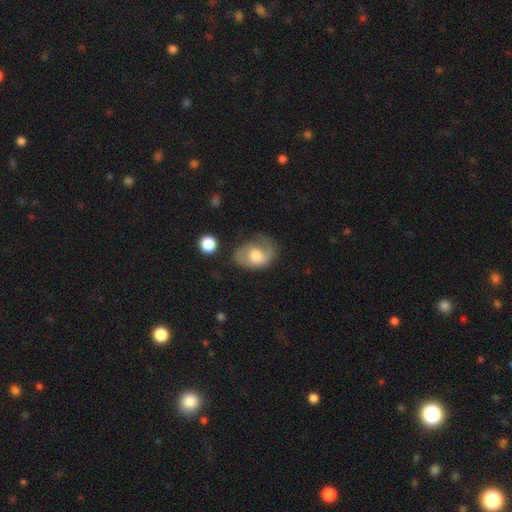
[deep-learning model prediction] Smooth or featured: featured or disk — 56% (smooth — 37%)
Edge-on disk: no — 96% (yes — 4%)
Bar: no — 62% (weak — 32%)
Spiral arms: yes — 80% (no — 20%)
Bulge size: moderate — 62% (large — 20%)
Merging: none — 55% (minor disturbance — 26%)